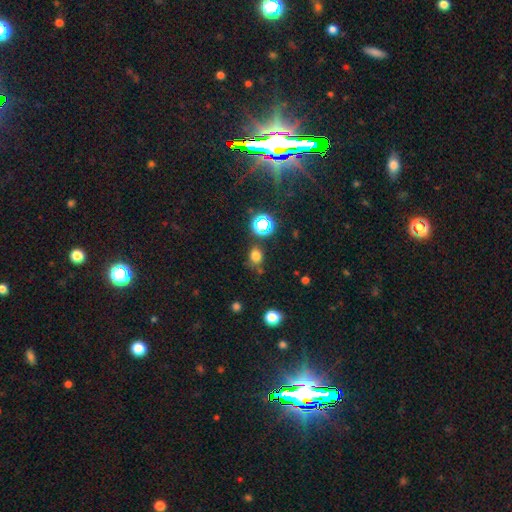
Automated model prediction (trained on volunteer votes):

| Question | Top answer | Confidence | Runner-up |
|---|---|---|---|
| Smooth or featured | smooth | 73% | star or artifact (22%) |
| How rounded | round | 60% | in between (39%) |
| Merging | none | 73% | minor disturbance (16%) |